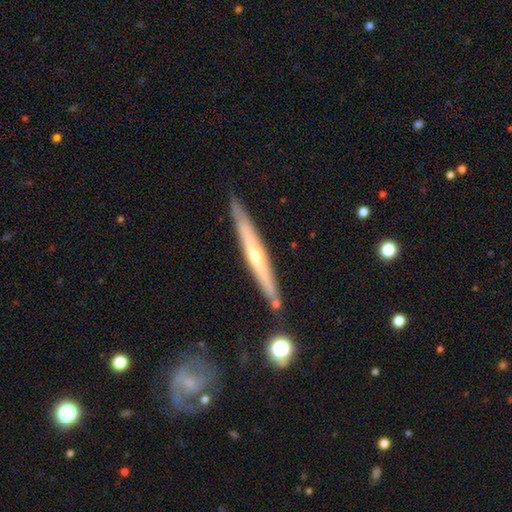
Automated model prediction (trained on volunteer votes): smooth-or-featured: featured or disk: 66% | smooth: 28% | star or artifact: 6%
  disk-edge-on: yes: 95% | no: 5%
    edge-on-bulge: rounded: 69% | none: 28% | boxy: 3%
  merging: none: 86% | minor disturbance: 9% | merger: 3% | major disturbance: 2%